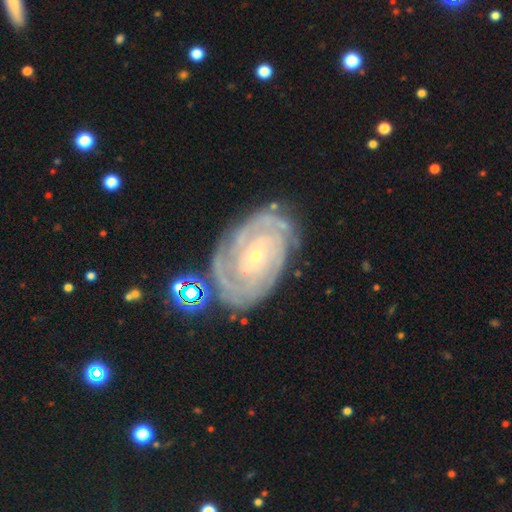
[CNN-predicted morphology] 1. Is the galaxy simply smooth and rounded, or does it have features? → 87% featured or disk, 7% smooth, 6% star or artifact.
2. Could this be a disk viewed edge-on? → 96% no, 4% yes.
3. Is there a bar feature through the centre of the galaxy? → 73% no, 19% weak, 7% strong.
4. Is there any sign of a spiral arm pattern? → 97% yes, 3% no.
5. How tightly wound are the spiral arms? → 81% tight, 16% medium, 3% loose.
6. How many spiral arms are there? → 27% can't tell, 21% 2, 19% 3, 17% 4, 9% more than 4, 6% 1.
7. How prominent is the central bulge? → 86% small, 11% moderate, 1% none, 1% large, 1% dominant.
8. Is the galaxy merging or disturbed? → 74% none, 17% minor disturbance, 6% major disturbance, 3% merger.